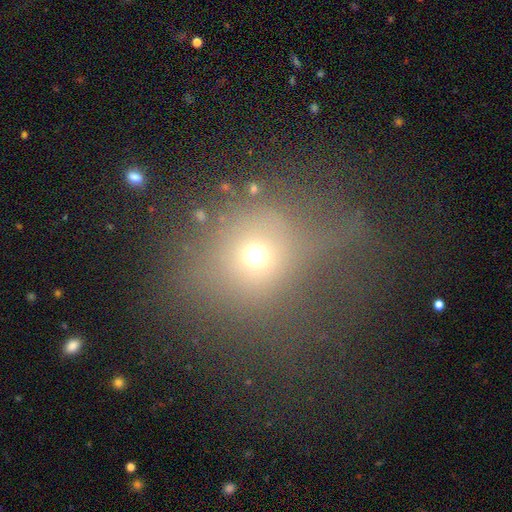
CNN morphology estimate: Smooth or featured?
  - smooth: 62% *
  - star or artifact: 21%
  - featured or disk: 16%
How rounded?
  - round: 78% *
  - in between: 20%
  - cigar-shaped: 2%
Merging?
  - none: 45% *
  - major disturbance: 26%
  - minor disturbance: 16%
  - merger: 13%